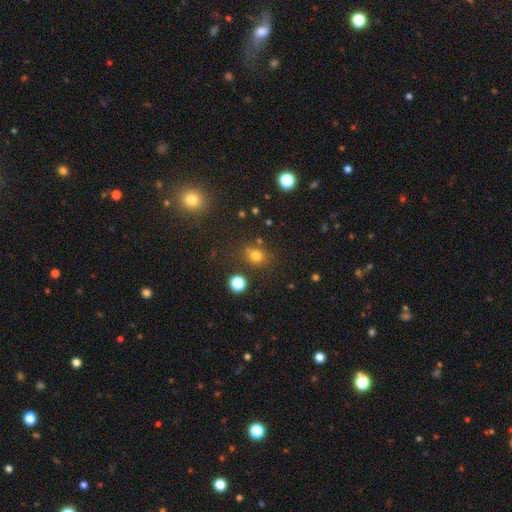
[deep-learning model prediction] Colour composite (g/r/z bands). It shows a smooth galaxy with no disk features (73%) that is round (66%). Merging: none (70%).